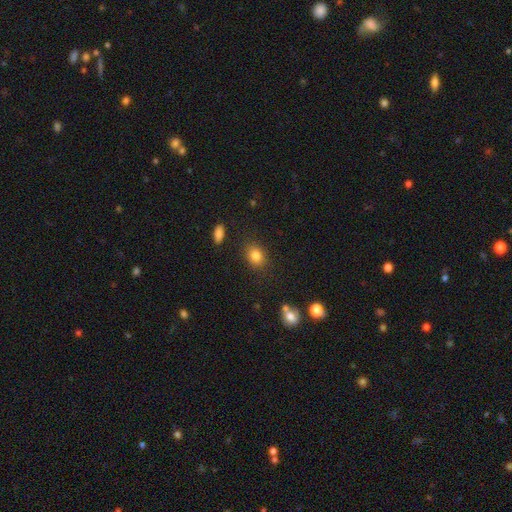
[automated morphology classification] Overall: smooth (82%). How rounded: in between (52%; round 46%). Merging: none (84%).